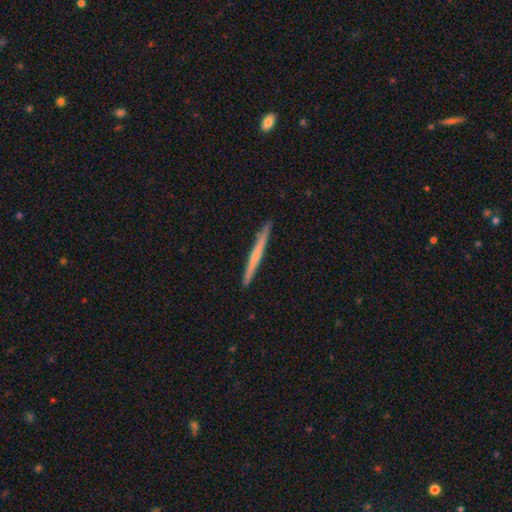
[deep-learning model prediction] smooth-or-featured: featured or disk: 53% | smooth: 42% | star or artifact: 6%
  disk-edge-on: yes: 98% | no: 2%
    edge-on-bulge: none: 62% | rounded: 33% | boxy: 5%
  merging: none: 92% | minor disturbance: 6% | major disturbance: 1% | merger: 1%